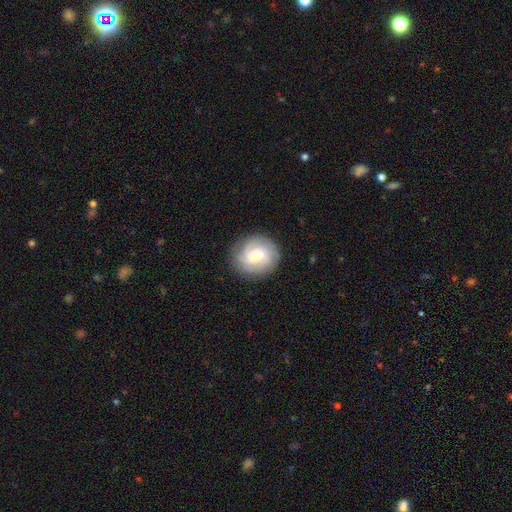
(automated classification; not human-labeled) Overall: featured or disk (56%; smooth 36%). Edge-on disk: no (97%). Bar: no (52%; weak 40%). Spiral arms: yes (91%). Bulge size: small (41%; moderate 37%). Merging: none (83%).